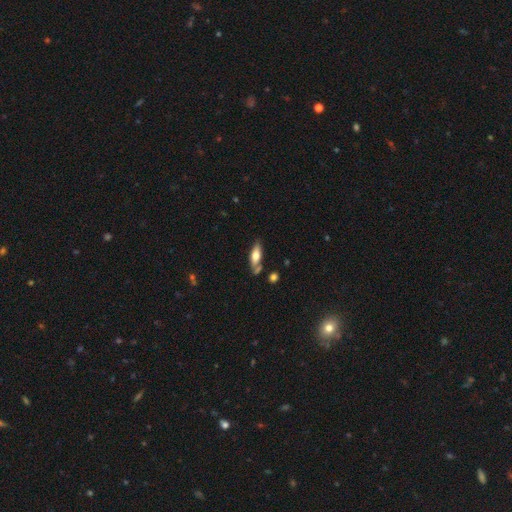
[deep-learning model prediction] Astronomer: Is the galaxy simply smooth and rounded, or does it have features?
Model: smooth — 58% (runner-up: featured or disk, 36%).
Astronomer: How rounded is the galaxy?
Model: in between — 59% (runner-up: cigar-shaped, 38%).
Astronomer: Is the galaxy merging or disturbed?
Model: none — 69%.